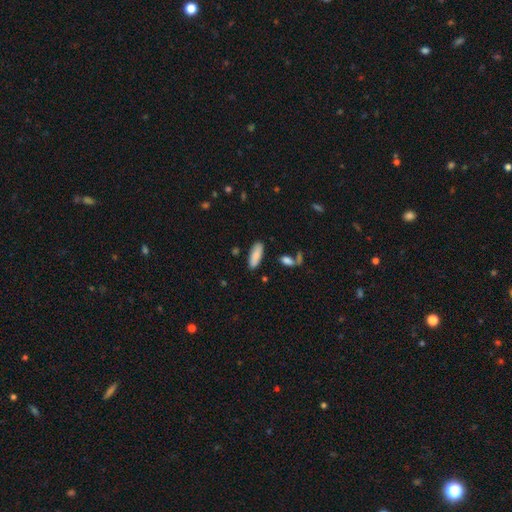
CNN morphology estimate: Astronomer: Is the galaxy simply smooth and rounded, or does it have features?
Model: smooth — 85%.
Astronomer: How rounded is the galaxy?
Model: in between — 64%.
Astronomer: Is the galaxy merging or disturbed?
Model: none — 85%.